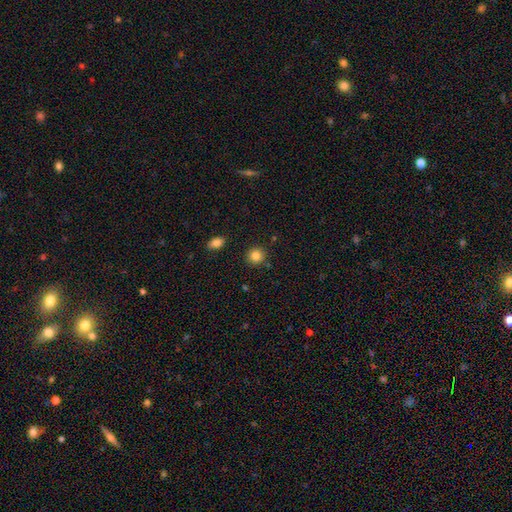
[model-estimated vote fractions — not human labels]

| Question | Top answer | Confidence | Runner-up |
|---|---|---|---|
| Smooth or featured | smooth | 85% | star or artifact (10%) |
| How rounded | round | 90% | in between (9%) |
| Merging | none | 89% | minor disturbance (7%) |